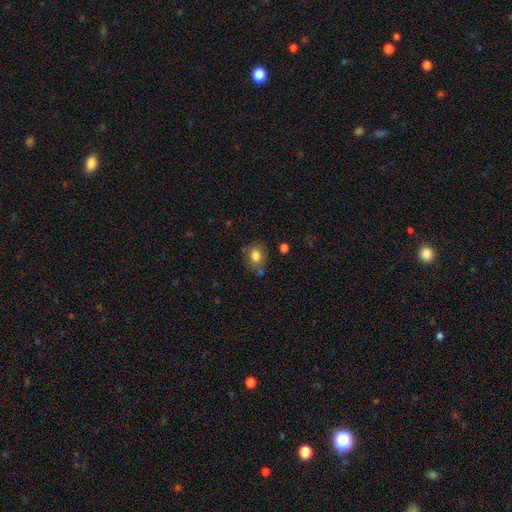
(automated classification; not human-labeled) This appears to be a smooth galaxy with no disk features (80%) that is round (54%). Merging: none (70%).